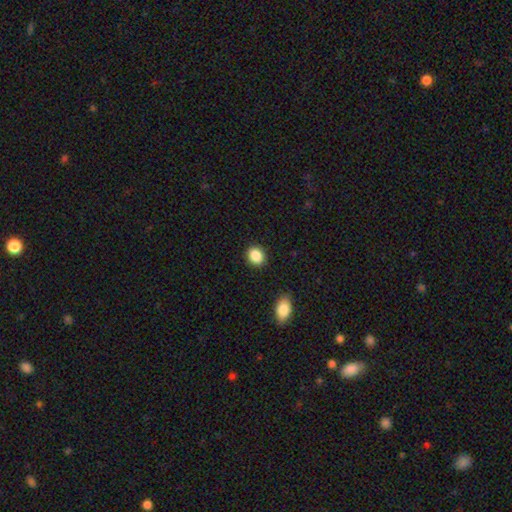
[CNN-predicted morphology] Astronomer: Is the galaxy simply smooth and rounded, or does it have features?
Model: smooth — 87%.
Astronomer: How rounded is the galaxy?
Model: round — 60% (runner-up: in between, 39%).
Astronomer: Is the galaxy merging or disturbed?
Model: none — 89%.